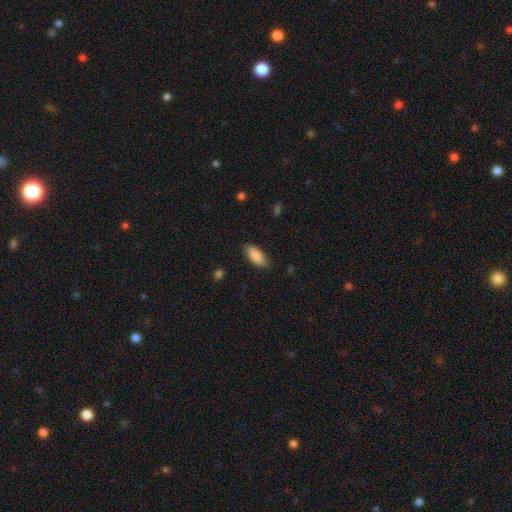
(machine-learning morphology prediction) Overall: smooth (85%). How rounded: in between (85%). Merging: none (80%).